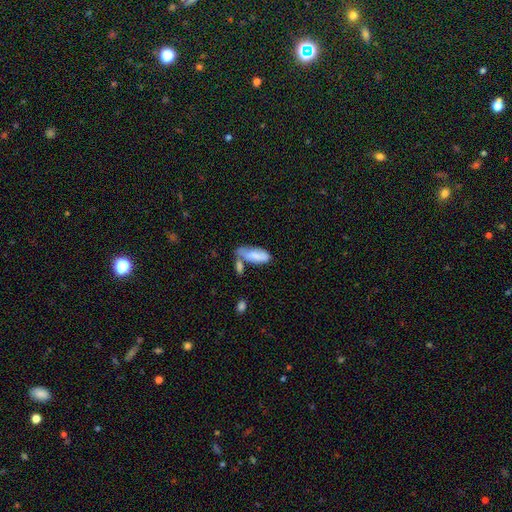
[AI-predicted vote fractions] Smooth or featured? smooth (73%)
How rounded? in between (78%)
Merging? none (34%)